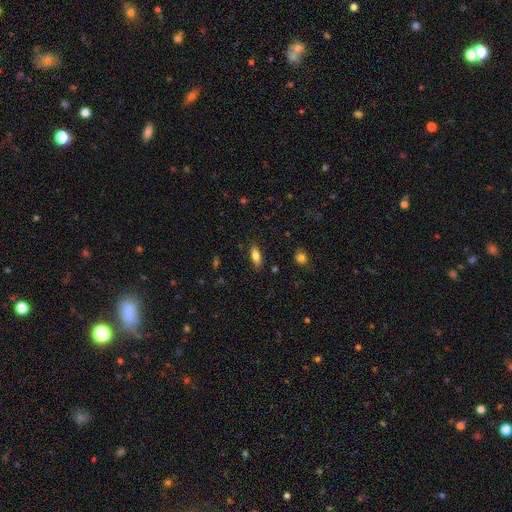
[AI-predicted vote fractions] Smooth or featured?
  - smooth: 80% *
  - featured or disk: 13%
  - star or artifact: 7%
How rounded?
  - in between: 79% *
  - cigar-shaped: 18%
  - round: 3%
Merging?
  - none: 85% *
  - minor disturbance: 11%
  - major disturbance: 3%
  - merger: 1%